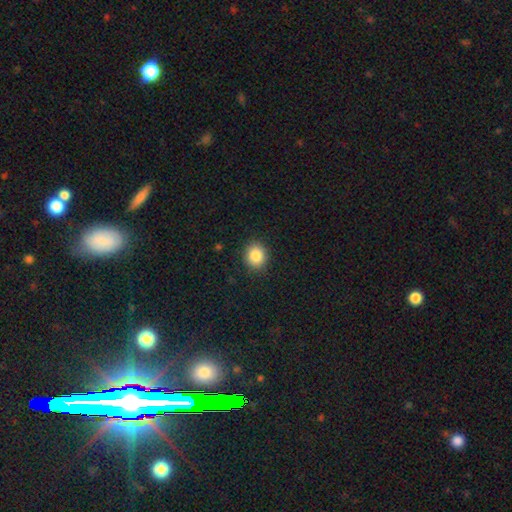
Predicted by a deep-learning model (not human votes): Smooth or featured? Predicted: smooth (p=0.86). How rounded? Predicted: round (p=0.74). Merging? Predicted: none (p=0.89).